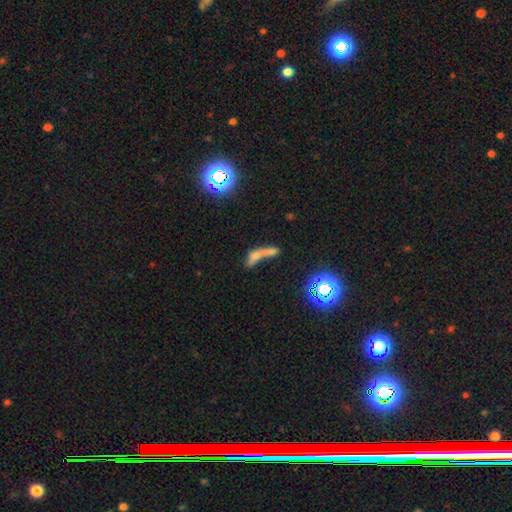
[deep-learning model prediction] A smooth galaxy with no disk features (53%) that is cigar-shaped (50%).

Vote fractions:
- Smooth or featured? smooth: 53% / featured or disk: 27% / star or artifact: 20%
- How rounded? cigar-shaped: 50% / in between: 41% / round: 8%
- Merging? merger: 53% / none: 19% / major disturbance: 17% / minor disturbance: 10%